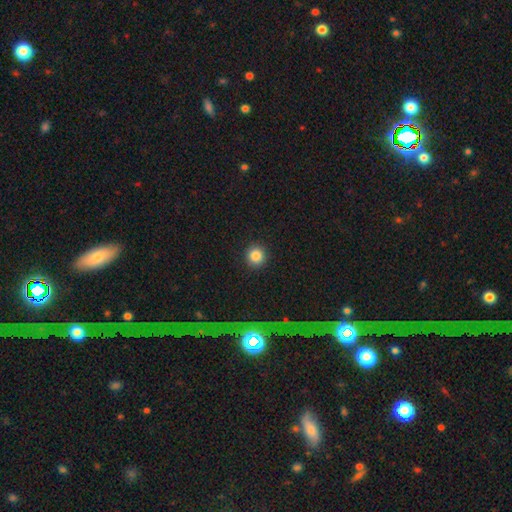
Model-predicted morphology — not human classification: This appears to be a smooth galaxy with no disk features (85%) that is round (94%). Merging: none (92%).